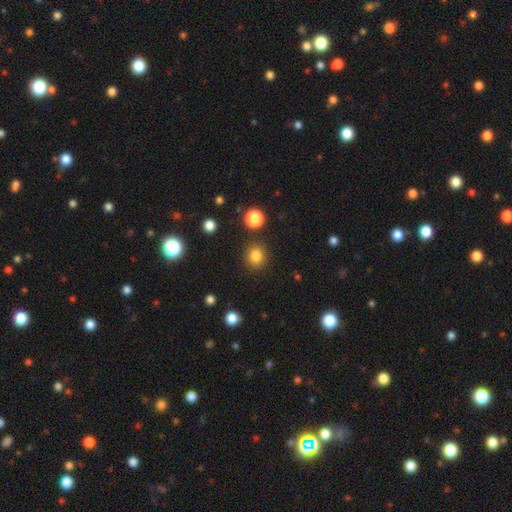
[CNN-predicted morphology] A smooth galaxy with no disk features (83%) that is round (89%). Merging: none (88%).